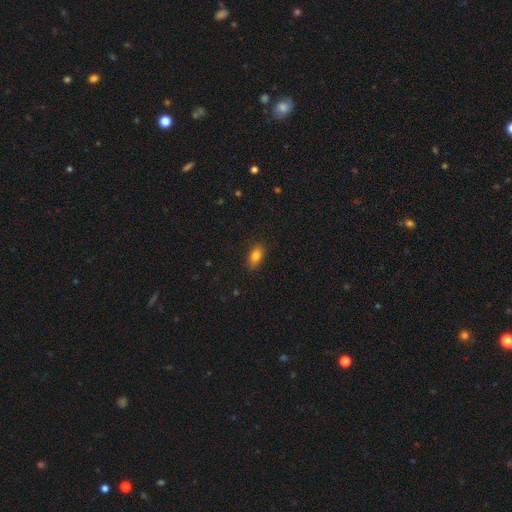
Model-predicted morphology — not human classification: smooth 82%, star or artifact 9%, featured or disk 8%. Down the decision tree: how rounded — in between (86%); merging — none (86%).